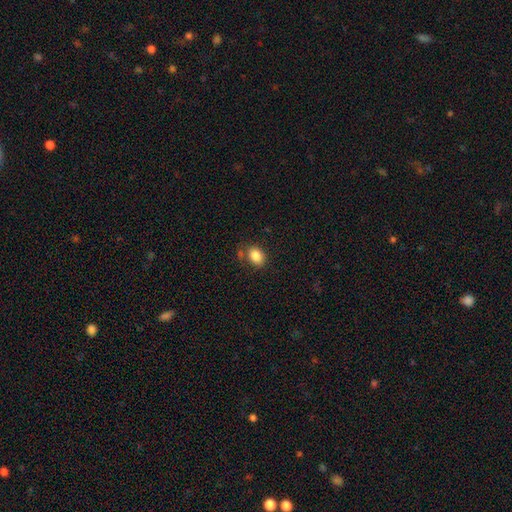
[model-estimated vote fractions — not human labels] smooth_or_featured: smooth (p=0.86) [alt: star or artifact p=0.09]
how_rounded: in between (p=0.76) [alt: round p=0.22]
merging: none (p=0.72) [alt: minor disturbance p=0.16]